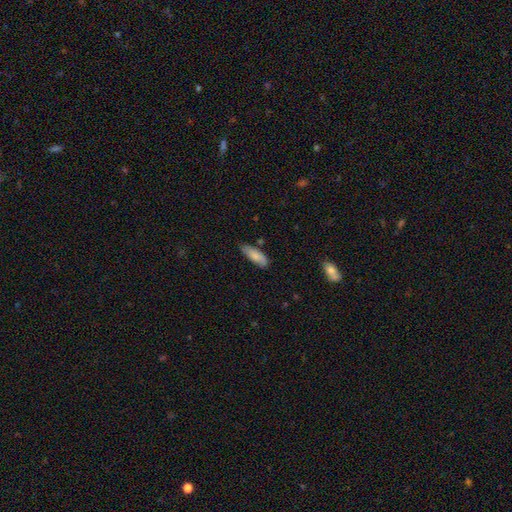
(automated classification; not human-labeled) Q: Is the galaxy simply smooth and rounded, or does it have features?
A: smooth — 81%.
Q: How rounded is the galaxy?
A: in between — 62%.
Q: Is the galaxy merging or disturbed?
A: none — 69%.